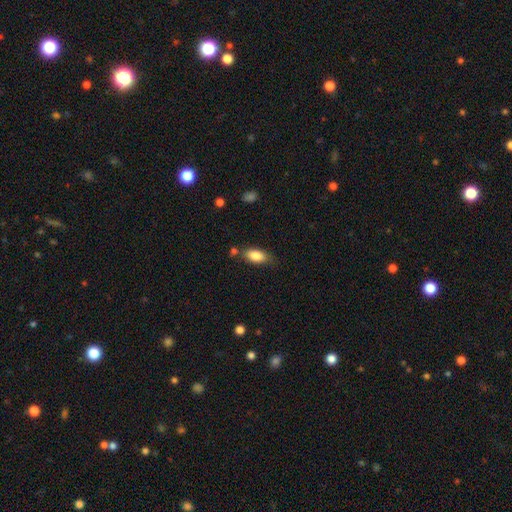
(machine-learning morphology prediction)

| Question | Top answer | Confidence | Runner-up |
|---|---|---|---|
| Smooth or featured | smooth | 85% | featured or disk (8%) |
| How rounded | in between | 88% | cigar-shaped (8%) |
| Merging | none | 68% | minor disturbance (20%) |